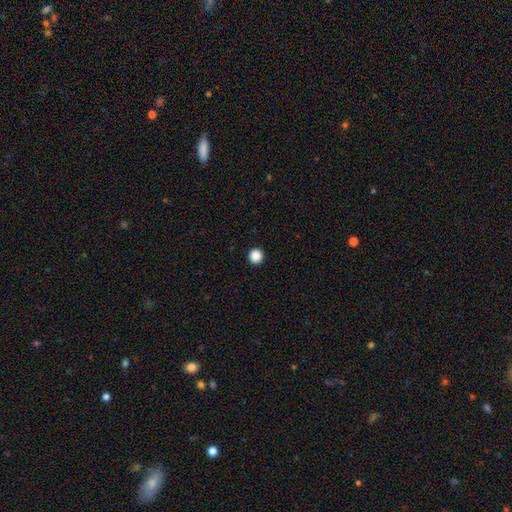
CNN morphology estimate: This appears to be a smooth galaxy with no disk features (88%) that is round (95%). Merging: none (94%).